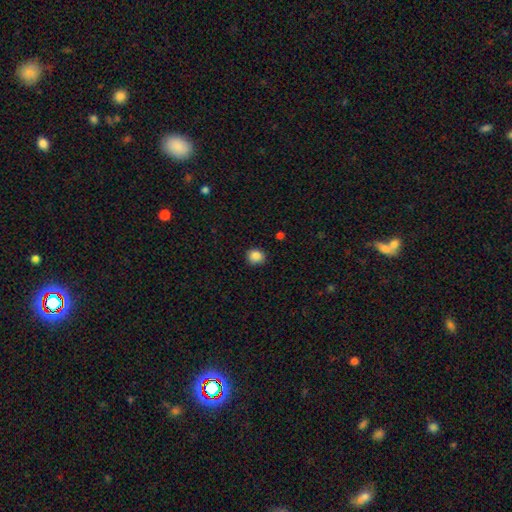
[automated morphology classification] Smooth or featured: smooth — 86% (star or artifact — 10%)
How rounded: round — 82% (in between — 17%)
Merging: none — 85% (minor disturbance — 12%)